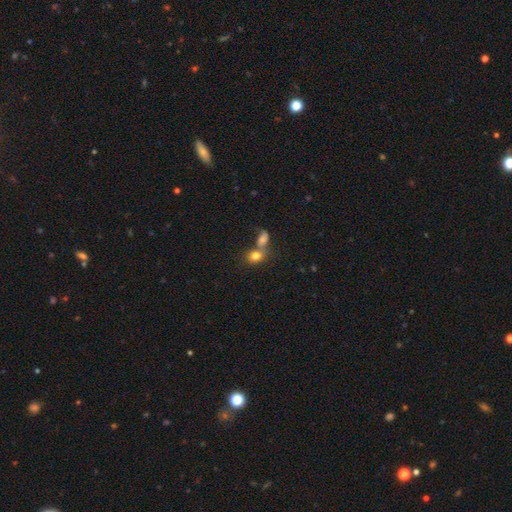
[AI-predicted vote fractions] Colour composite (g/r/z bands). It shows a smooth galaxy with no disk features (79%) that is round (52%). Merging: merger (52%).